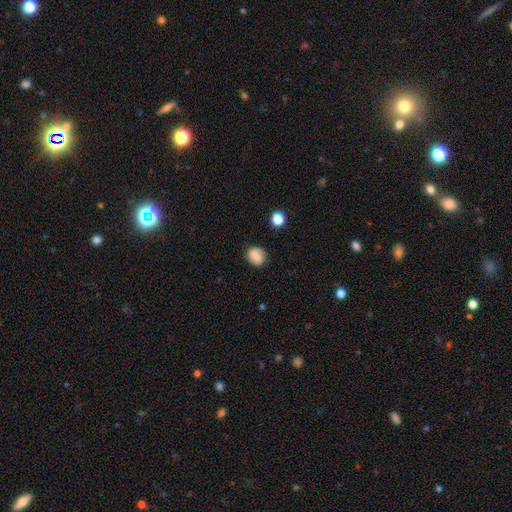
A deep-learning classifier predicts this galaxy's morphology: The model was most divided on "how rounded": round: 70%, in between: 29%, cigar-shaped: 1%. More confident: merging — none (80%); smooth or featured — smooth (78%).